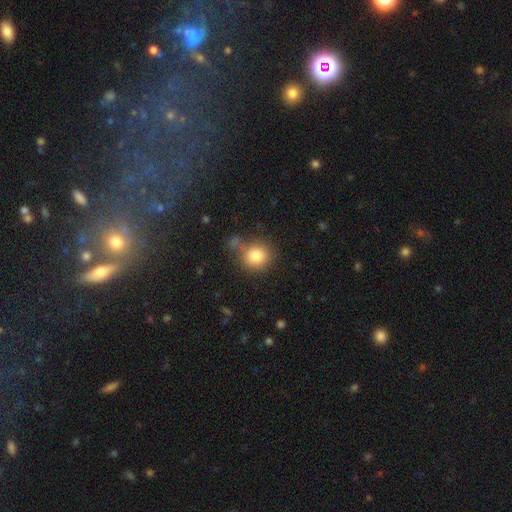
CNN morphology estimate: Smooth or featured? smooth (83%)
How rounded? round (82%)
Merging? none (64%)